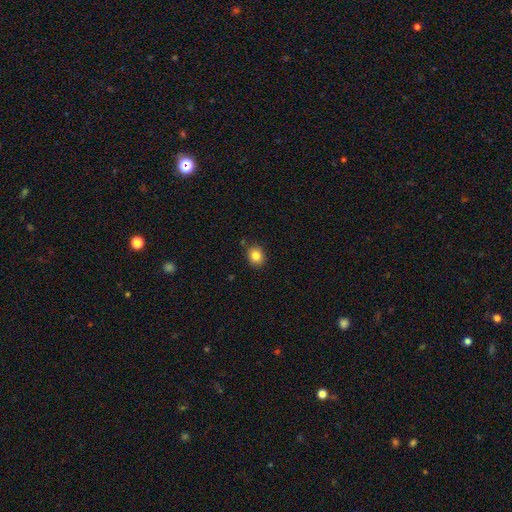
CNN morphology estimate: Smooth or featured? Predicted: smooth (p=0.84). How rounded? Predicted: round (p=0.65). Merging? Predicted: none (p=0.83).